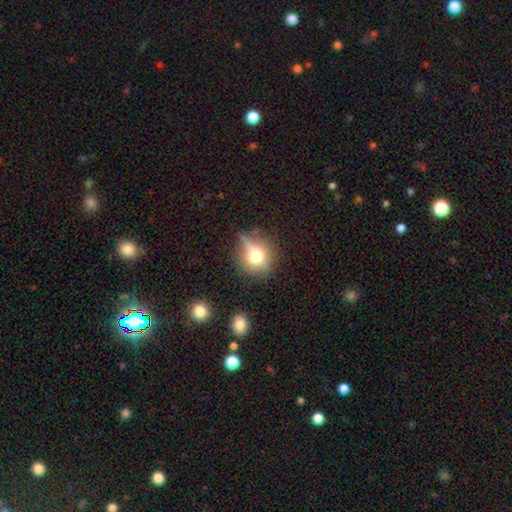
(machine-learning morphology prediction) Smooth or featured? smooth (60%)
How rounded? round (82%)
Merging? none (65%)